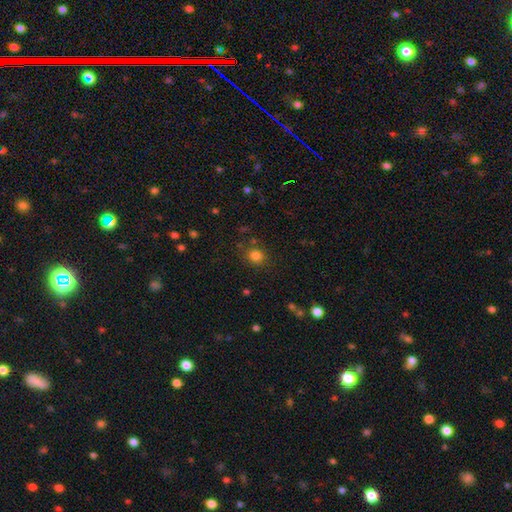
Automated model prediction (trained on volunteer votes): Smooth or featured?
  - smooth: 81% *
  - star or artifact: 14%
  - featured or disk: 5%
How rounded?
  - round: 78% *
  - in between: 21%
  - cigar-shaped: 1%
Merging?
  - none: 82% *
  - minor disturbance: 11%
  - major disturbance: 4%
  - merger: 4%